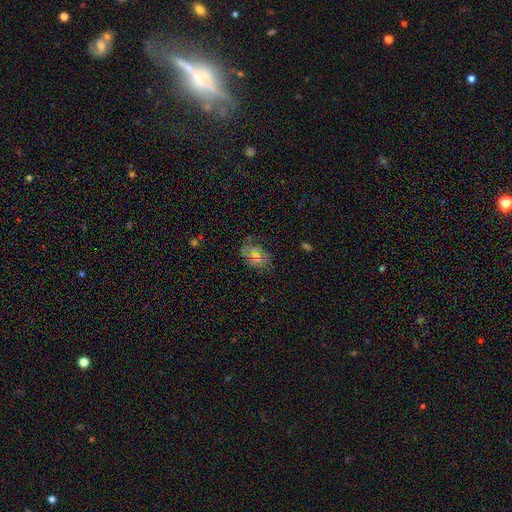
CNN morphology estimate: Q: Smooth or featured?
A: smooth (44%); runner-up: featured or disk (31%)
Q: Merging?
A: none (74%); runner-up: minor disturbance (17%)